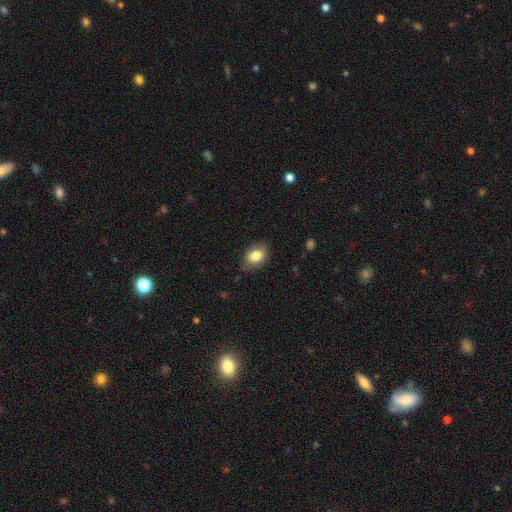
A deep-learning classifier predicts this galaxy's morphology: A smooth galaxy with no disk features (82%) that is in between round and cigar-shaped (77%).

Vote fractions:
- Smooth or featured? smooth: 82% / featured or disk: 10% / star or artifact: 8%
- How rounded? in between: 77% / round: 21% / cigar-shaped: 1%
- Merging? none: 78% / minor disturbance: 17% / major disturbance: 4% / merger: 1%